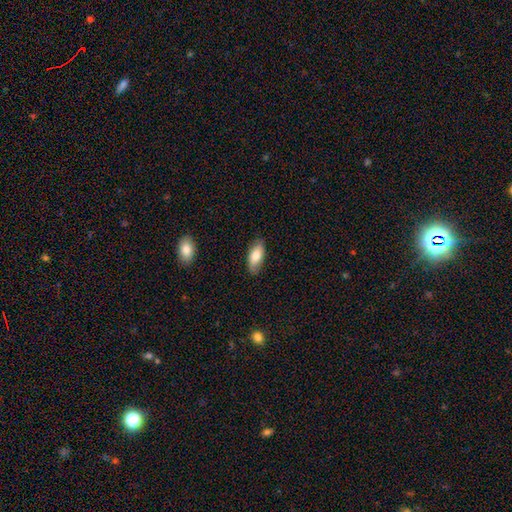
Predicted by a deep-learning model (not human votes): A smooth galaxy with no disk features (79%) that is in between round and cigar-shaped (86%).

Vote fractions:
- Smooth or featured? smooth: 79% / featured or disk: 14% / star or artifact: 6%
- How rounded? in between: 86% / cigar-shaped: 12% / round: 2%
- Merging? none: 84% / minor disturbance: 13% / major disturbance: 2% / merger: 1%